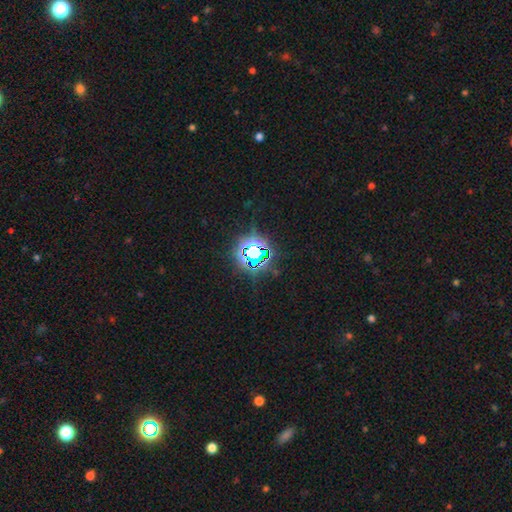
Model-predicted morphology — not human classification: Smooth or featured? star or artifact (78%)